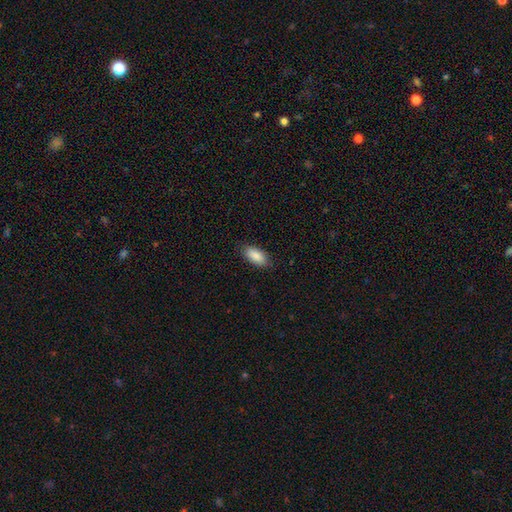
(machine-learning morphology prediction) Smooth or featured? smooth (89%)
How rounded? in between (90%)
Merging? none (85%)